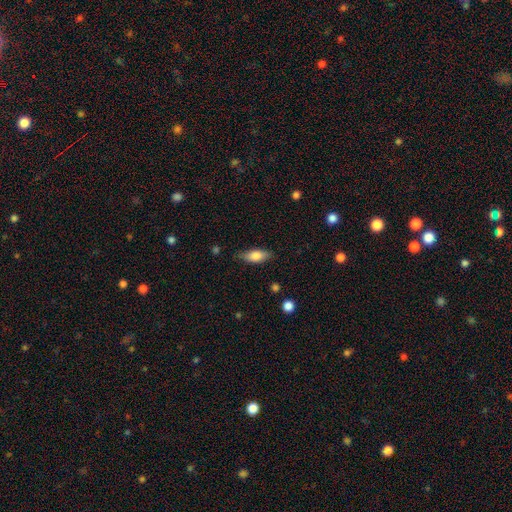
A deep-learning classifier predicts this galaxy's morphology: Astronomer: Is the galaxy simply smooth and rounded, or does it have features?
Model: smooth — 74%.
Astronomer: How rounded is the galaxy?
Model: in between — 77%.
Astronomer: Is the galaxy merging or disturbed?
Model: none — 80%.